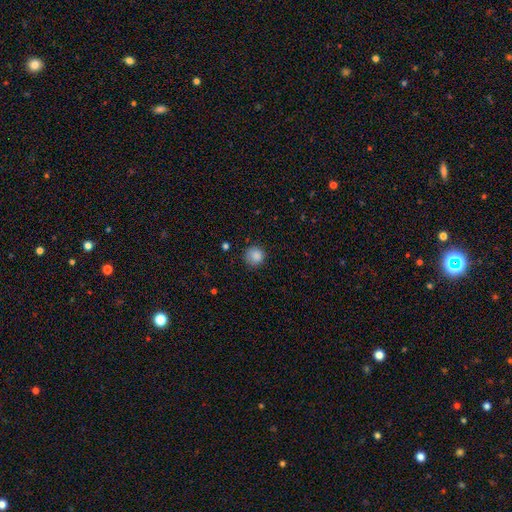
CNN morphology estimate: smooth-or-featured: smooth: 86% | star or artifact: 10% | featured or disk: 4%
  how-rounded: round: 92% | in between: 8% | cigar-shaped: 1%
  merging: none: 80% | minor disturbance: 15% | major disturbance: 3% | merger: 1%